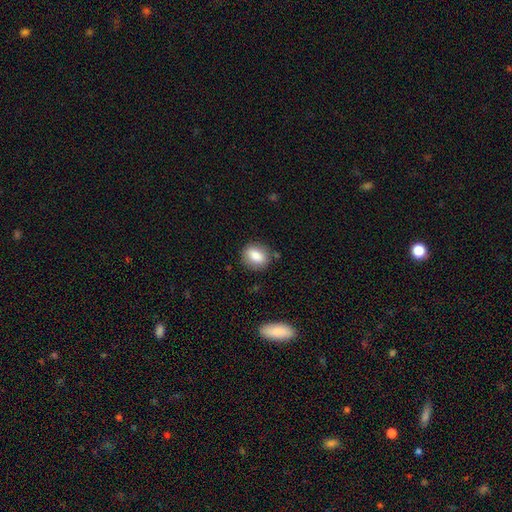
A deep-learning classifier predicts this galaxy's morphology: This appears to be a smooth galaxy with no disk features (81%) that is in between round and cigar-shaped (54%). Merging: none (83%).